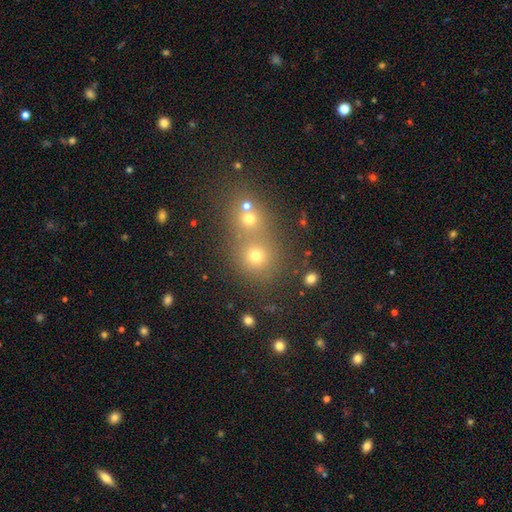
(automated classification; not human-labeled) smooth_or_featured: smooth (p=0.67) [alt: star or artifact p=0.23]
how_rounded: round (p=0.83) [alt: in between p=0.16]
merging: none (p=0.52) [alt: merger p=0.37]